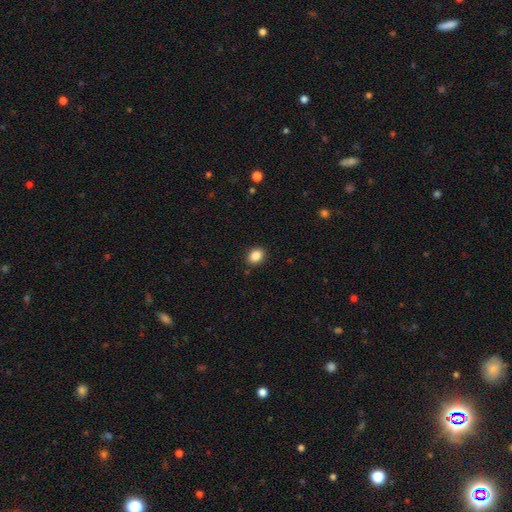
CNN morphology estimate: This appears to be a smooth galaxy with no disk features (87%) that is in between round and cigar-shaped (56%). Merging: none (89%).